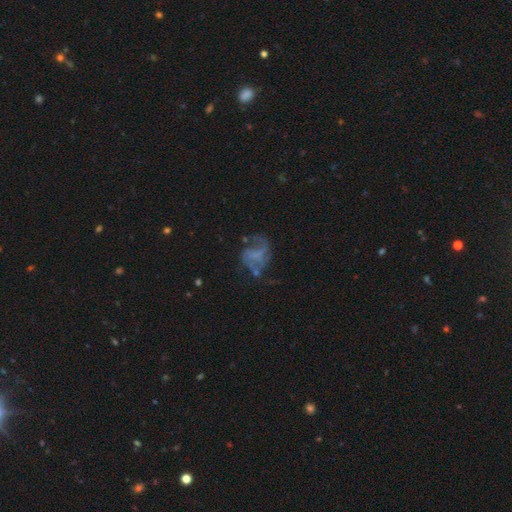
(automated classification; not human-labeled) A featured or disk galaxy (63%) with no bar (57%), spiral arms (66%) and no central bulge (71%). Merging: none (42%).